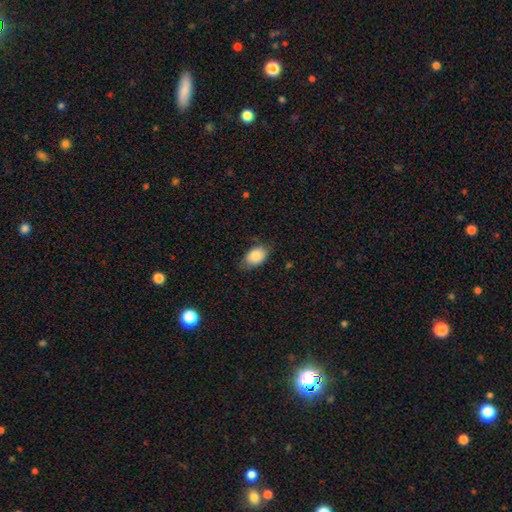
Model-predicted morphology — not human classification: A smooth galaxy with no disk features (85%) that is in between round and cigar-shaped (85%).

Vote fractions:
- Smooth or featured? smooth: 85% / featured or disk: 8% / star or artifact: 7%
- How rounded? in between: 85% / round: 14% / cigar-shaped: 1%
- Merging? none: 69% / minor disturbance: 24% / major disturbance: 6% / merger: 1%